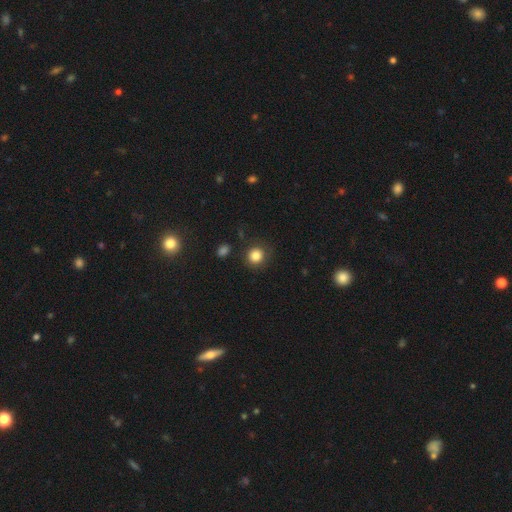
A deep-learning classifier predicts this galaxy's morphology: A smooth galaxy with no disk features (84%) that is round (89%).

Vote fractions:
- Smooth or featured? smooth: 84% / star or artifact: 11% / featured or disk: 5%
- How rounded? round: 89% / in between: 10% / cigar-shaped: 1%
- Merging? none: 84% / minor disturbance: 10% / major disturbance: 4% / merger: 2%